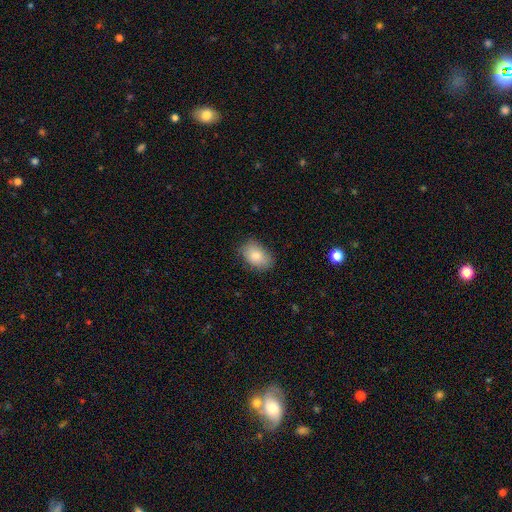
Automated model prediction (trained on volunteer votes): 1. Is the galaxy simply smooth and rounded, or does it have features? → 82% smooth, 11% featured or disk, 8% star or artifact.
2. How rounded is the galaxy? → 85% in between, 14% round, 1% cigar-shaped.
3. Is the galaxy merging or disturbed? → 79% none, 16% minor disturbance, 3% major disturbance, 1% merger.